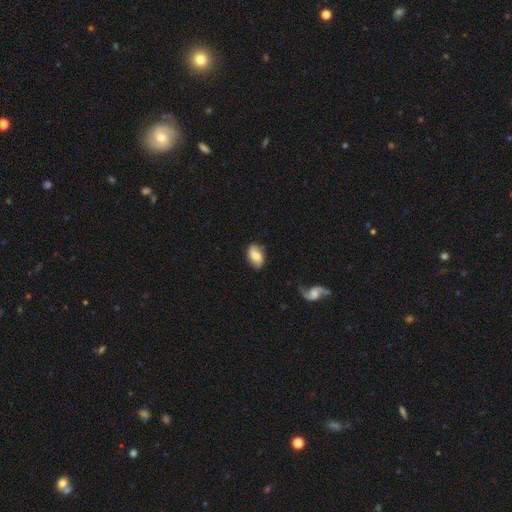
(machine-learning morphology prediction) smooth-or-featured: smooth: 63% | featured or disk: 29% | star or artifact: 8%
  how-rounded: in between: 89% | round: 9% | cigar-shaped: 2%
  merging: none: 72% | minor disturbance: 20% | major disturbance: 6% | merger: 2%